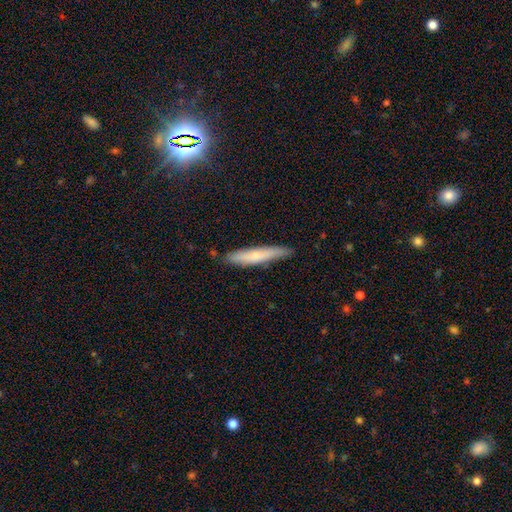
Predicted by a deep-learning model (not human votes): A smooth galaxy with no disk features (64%) that is cigar-shaped (91%). Merging: none (83%).